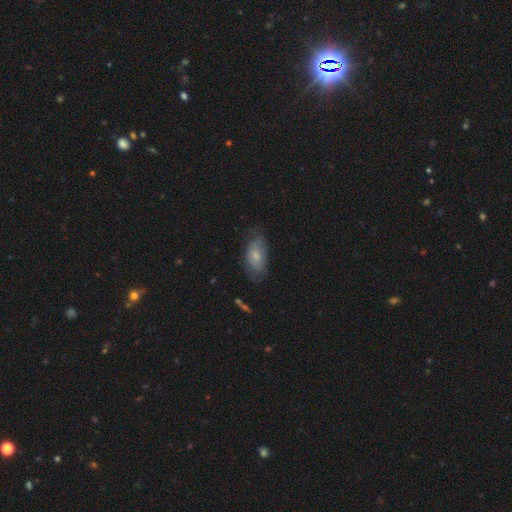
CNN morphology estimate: Smooth or featured?
  - smooth: 60% *
  - featured or disk: 33%
  - star or artifact: 7%
How rounded?
  - in between: 90% *
  - cigar-shaped: 6%
  - round: 4%
Merging?
  - none: 59% *
  - minor disturbance: 28%
  - major disturbance: 11%
  - merger: 2%